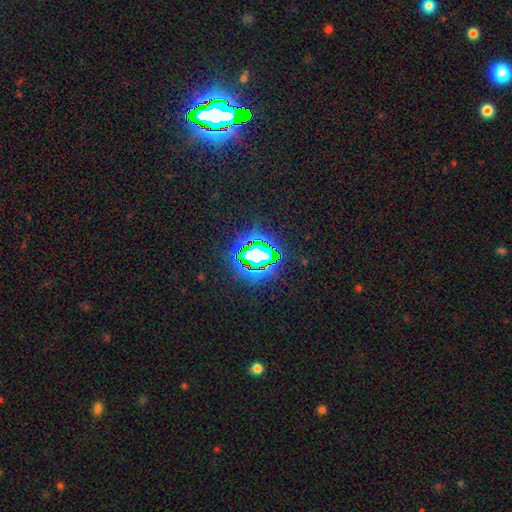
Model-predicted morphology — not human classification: smooth-or-featured: star or artifact: 77% | smooth: 13% | featured or disk: 9%